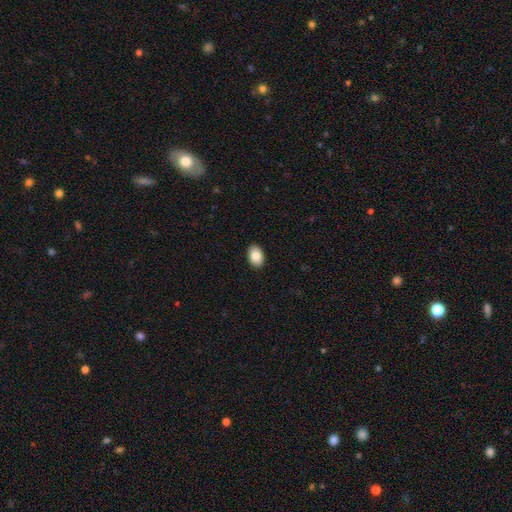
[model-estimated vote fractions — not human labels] Q: Smooth or featured?
A: smooth (85%); runner-up: featured or disk (8%)
Q: How rounded?
A: in between (88%); runner-up: round (11%)
Q: Merging?
A: none (91%); runner-up: minor disturbance (7%)